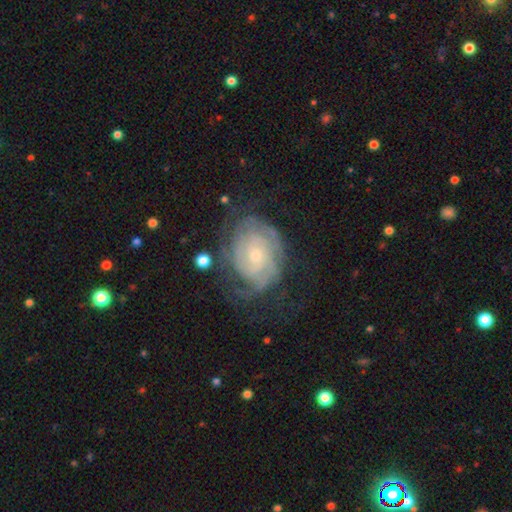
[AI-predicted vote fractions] Smooth or featured: featured or disk — 82% (smooth — 12%)
Edge-on disk: no — 97% (yes — 3%)
Bar: no — 75% (weak — 21%)
Spiral arms: yes — 93% (no — 7%)
Spiral winding: tight — 71% (medium — 22%)
Spiral arm count: can't tell — 45% (2 — 21%)
Bulge size: small — 67% (moderate — 29%)
Merging: none — 60% (minor disturbance — 22%)